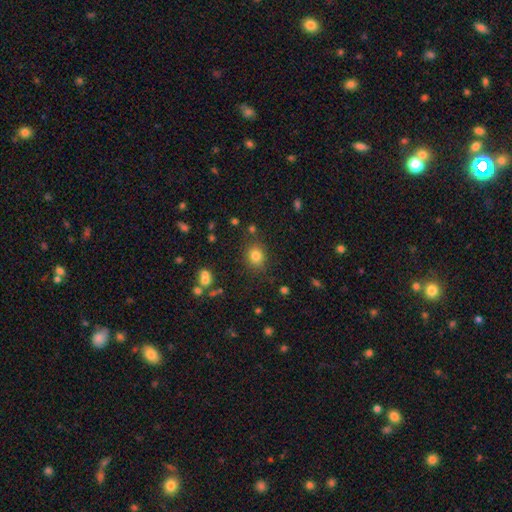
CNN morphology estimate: Smooth or featured? smooth (80%)
How rounded? round (68%)
Merging? none (83%)